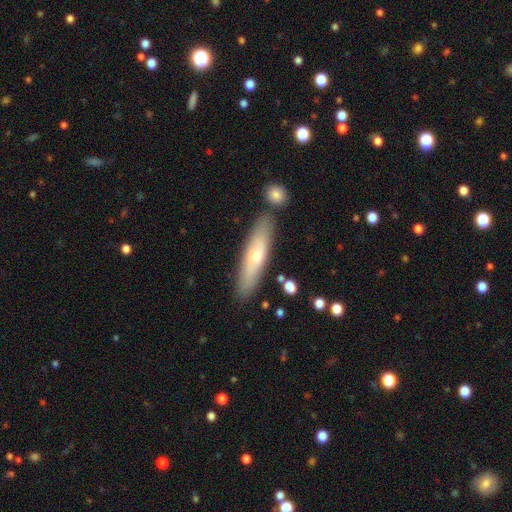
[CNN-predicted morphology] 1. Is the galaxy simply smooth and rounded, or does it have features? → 59% smooth, 35% featured or disk, 6% star or artifact.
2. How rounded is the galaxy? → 74% cigar-shaped, 24% in between, 2% round.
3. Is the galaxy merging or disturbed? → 81% none, 11% minor disturbance, 5% merger, 2% major disturbance.